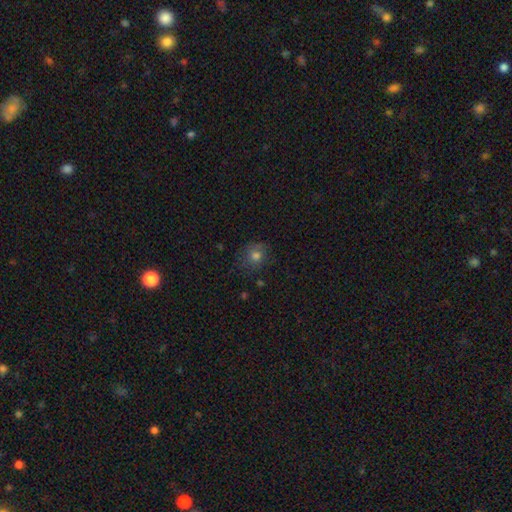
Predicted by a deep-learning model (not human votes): Smooth or featured? Predicted: smooth (p=0.75). How rounded? Predicted: round (p=0.75). Merging? Predicted: none (p=0.70).